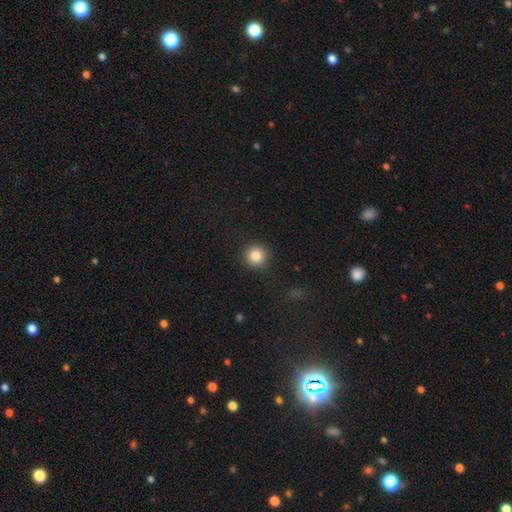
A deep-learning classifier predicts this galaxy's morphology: type=smooth (85%); roundness=round (95%); merging=none (91%).